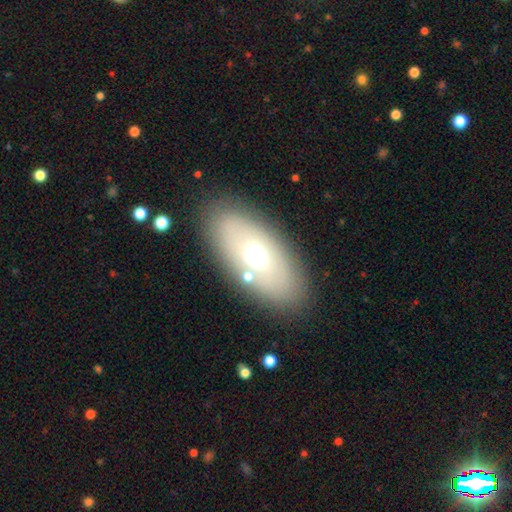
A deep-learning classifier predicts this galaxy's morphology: Q: Smooth or featured?
A: smooth (57%); runner-up: featured or disk (31%)
Q: How rounded?
A: in between (88%); runner-up: round (8%)
Q: Merging?
A: none (83%); runner-up: minor disturbance (9%)